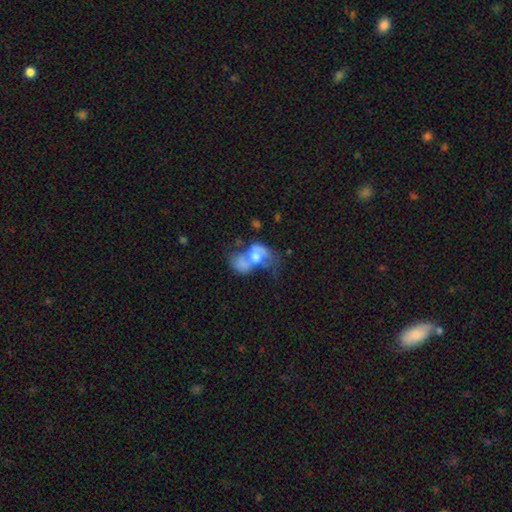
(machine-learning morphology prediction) Overall: featured or disk (54%; smooth 37%). Edge-on disk: no (97%). Bar: no (78%). Spiral arms: no (58%; yes 42%). Bulge size: moderate (47%; large 27%). Merging: merger (54%; major disturbance 23%).